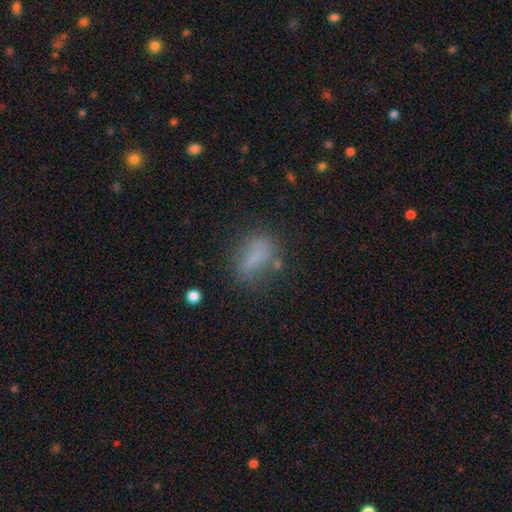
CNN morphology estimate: A smooth galaxy with no disk features (71%) that is in between round and cigar-shaped (68%). Merging: none (60%).